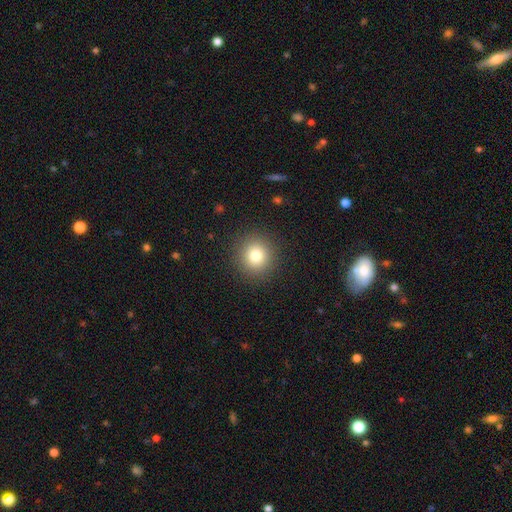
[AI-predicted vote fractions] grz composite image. It shows a smooth galaxy with no disk features (79%) that is round (93%). Merging: none (91%).